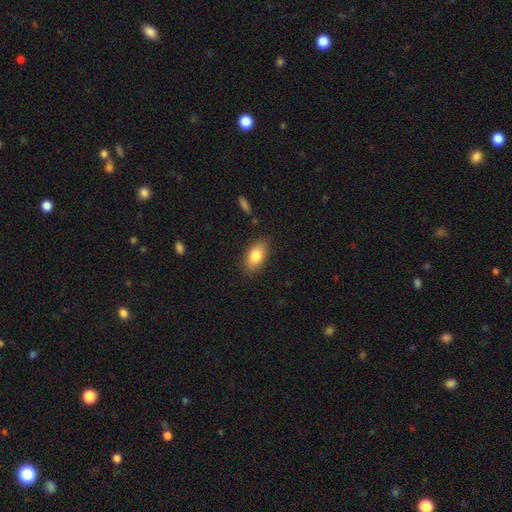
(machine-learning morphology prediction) A smooth galaxy with no disk features (80%) that is in between round and cigar-shaped (91%).

Vote fractions:
- Smooth or featured? smooth: 80% / featured or disk: 13% / star or artifact: 7%
- How rounded? in between: 91% / round: 5% / cigar-shaped: 4%
- Merging? none: 85% / minor disturbance: 11% / major disturbance: 3% / merger: 1%